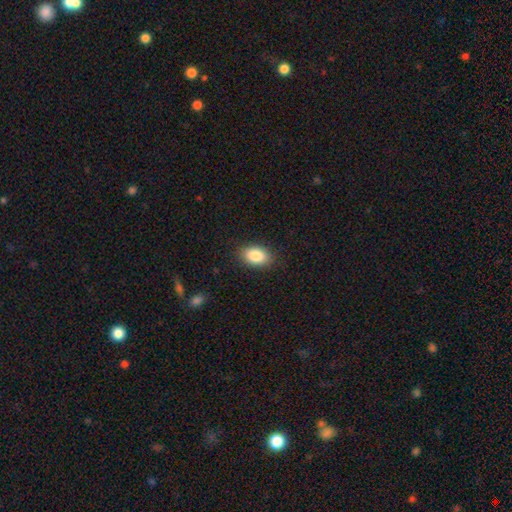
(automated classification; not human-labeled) smooth-or-featured: smooth: 86% | star or artifact: 7% | featured or disk: 6%
  how-rounded: in between: 88% | round: 10% | cigar-shaped: 2%
  merging: none: 87% | minor disturbance: 10% | major disturbance: 3% | merger: 1%